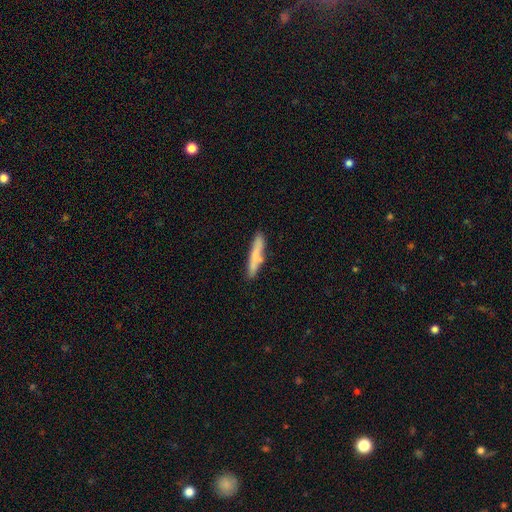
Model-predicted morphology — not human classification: smooth_or_featured: smooth (p=0.71) [alt: featured or disk p=0.23]
how_rounded: cigar-shaped (p=0.92) [alt: in between p=0.07]
merging: none (p=0.77) [alt: minor disturbance p=0.15]